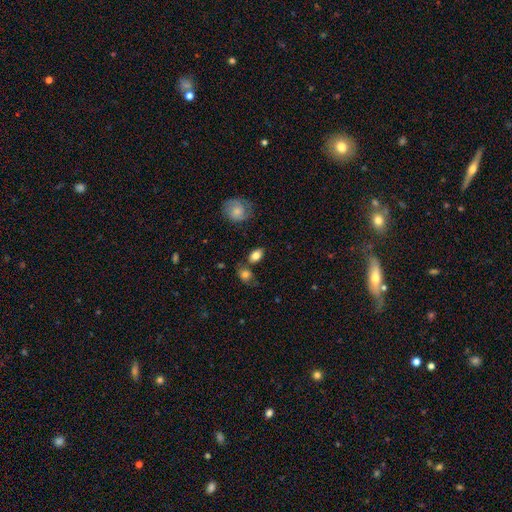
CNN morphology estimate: smooth 81%, featured or disk 11%, star or artifact 8%. Down the decision tree: how rounded — in between (83%); merging — none (67%).